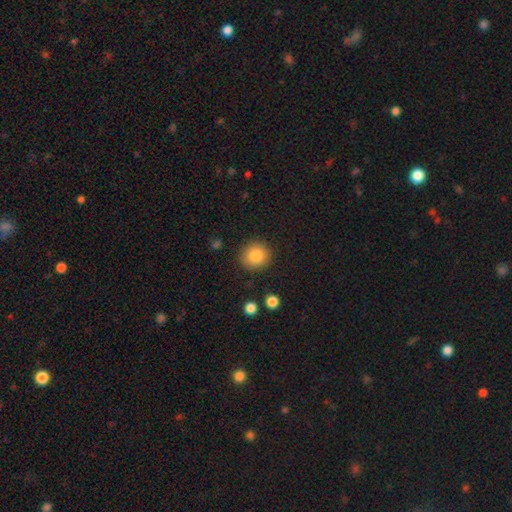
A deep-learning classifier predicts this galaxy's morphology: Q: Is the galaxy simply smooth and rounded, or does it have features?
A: smooth — 85%.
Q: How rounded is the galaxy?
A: round — 89%.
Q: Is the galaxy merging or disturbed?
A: none — 88%.